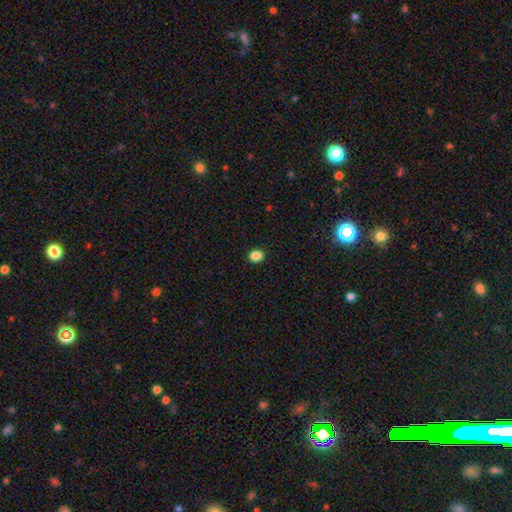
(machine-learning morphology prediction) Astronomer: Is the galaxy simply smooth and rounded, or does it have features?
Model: smooth — 86%.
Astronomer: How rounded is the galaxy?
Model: round — 75%.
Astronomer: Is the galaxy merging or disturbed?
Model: none — 92%.